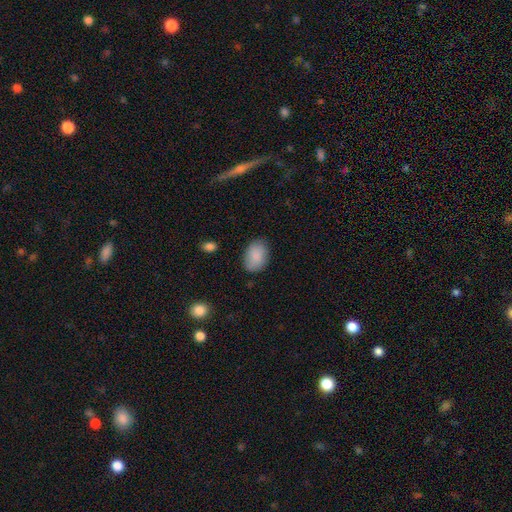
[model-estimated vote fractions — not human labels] Smooth or featured: smooth — 89% (star or artifact — 7%)
How rounded: in between — 85% (round — 14%)
Merging: none — 82% (minor disturbance — 14%)